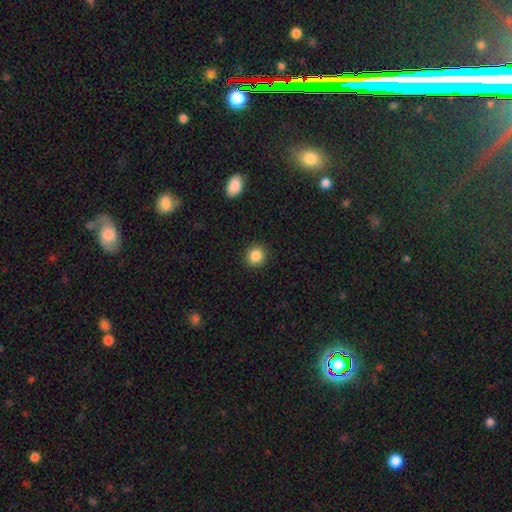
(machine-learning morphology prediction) Smooth or featured? smooth (87%)
How rounded? round (85%)
Merging? none (91%)